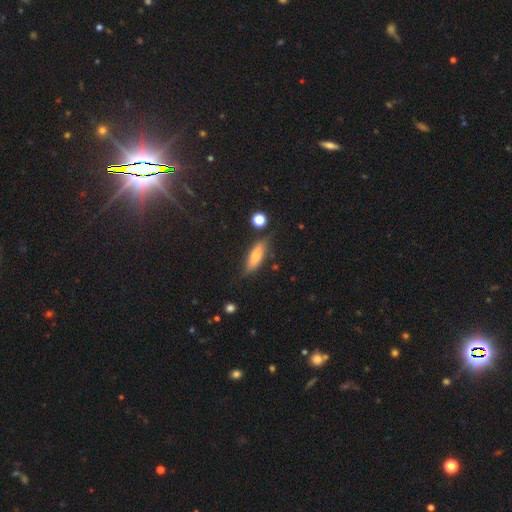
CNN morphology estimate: Q: Smooth or featured?
A: smooth (63%); runner-up: featured or disk (30%)
Q: How rounded?
A: in between (56%); runner-up: cigar-shaped (41%)
Q: Merging?
A: none (75%); runner-up: minor disturbance (18%)